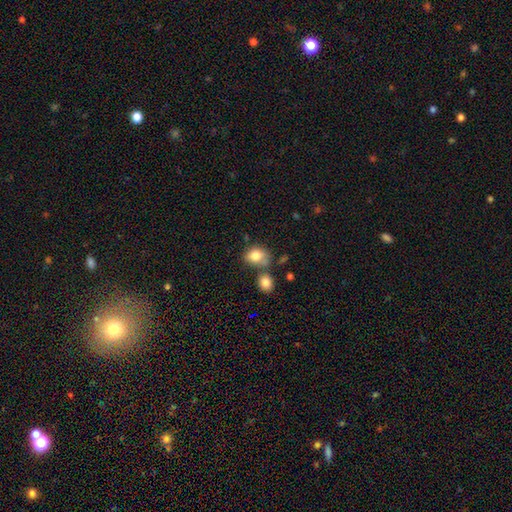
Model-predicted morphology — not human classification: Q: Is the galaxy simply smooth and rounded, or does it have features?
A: smooth — 82%.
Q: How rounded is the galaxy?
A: in between — 61%.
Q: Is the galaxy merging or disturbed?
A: none — 48%.